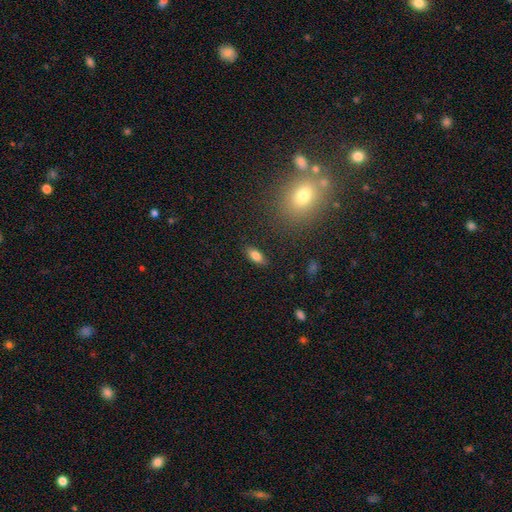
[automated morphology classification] The model was most divided on "smooth or featured": smooth: 81%, featured or disk: 10%, star or artifact: 9%. More confident: merging — none (86%); how rounded — in between (86%).